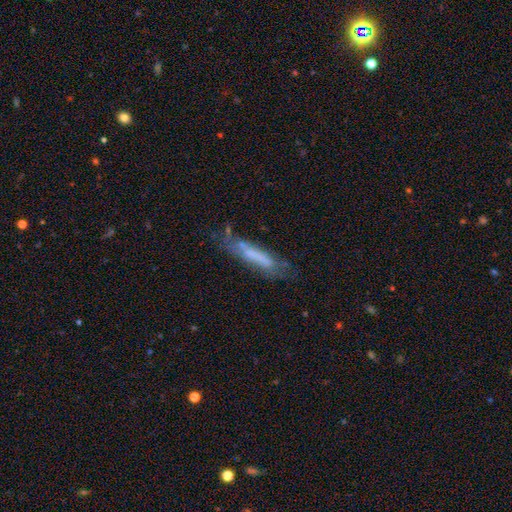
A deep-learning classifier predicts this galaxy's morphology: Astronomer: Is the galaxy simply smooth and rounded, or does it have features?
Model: smooth — 50% (runner-up: featured or disk, 41%).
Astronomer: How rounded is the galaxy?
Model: cigar-shaped — 86%.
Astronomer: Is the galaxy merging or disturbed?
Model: none — 56%.